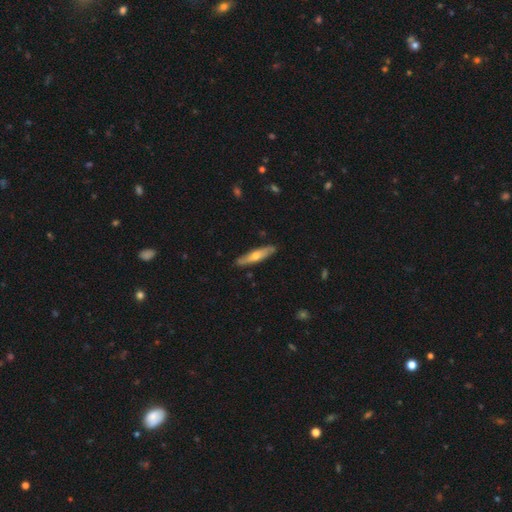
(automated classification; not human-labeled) smooth 48%, featured or disk 46%, star or artifact 5%. Down the decision tree: merging — none (87%).